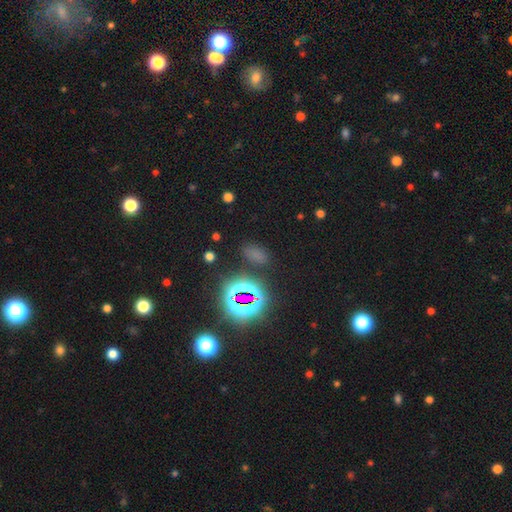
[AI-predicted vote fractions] This is possibly a smooth galaxy (52%). How rounded: clearly in between (84%). Merging: likely none (77%).